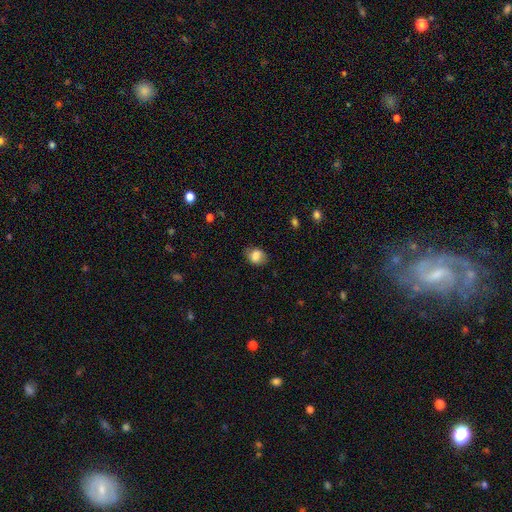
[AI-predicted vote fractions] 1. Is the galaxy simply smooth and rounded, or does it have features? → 79% smooth, 12% featured or disk, 9% star or artifact.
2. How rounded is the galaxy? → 56% in between, 42% round, 1% cigar-shaped.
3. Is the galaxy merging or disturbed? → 72% none, 20% minor disturbance, 6% major disturbance, 1% merger.